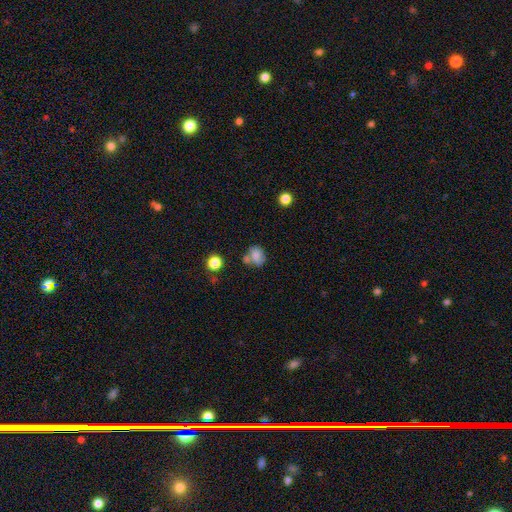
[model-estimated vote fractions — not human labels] Smooth or featured?
  - smooth: 74% *
  - featured or disk: 15%
  - star or artifact: 11%
How rounded?
  - round: 51% *
  - in between: 48%
  - cigar-shaped: 1%
Merging?
  - none: 47% *
  - merger: 27%
  - minor disturbance: 18%
  - major disturbance: 7%